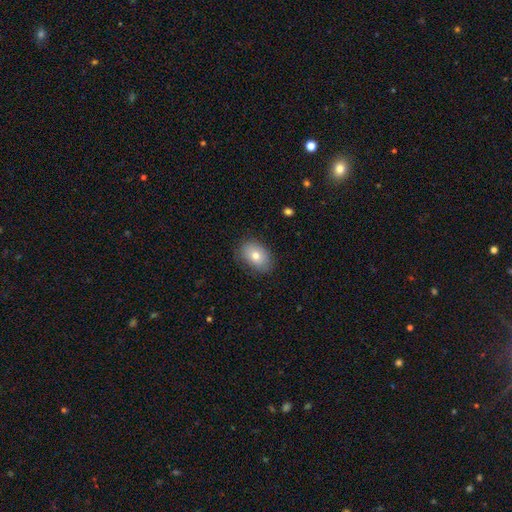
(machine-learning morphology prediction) Smooth or featured?
  - smooth: 76% *
  - featured or disk: 16%
  - star or artifact: 8%
How rounded?
  - in between: 82% *
  - round: 17%
  - cigar-shaped: 1%
Merging?
  - none: 82% *
  - minor disturbance: 13%
  - major disturbance: 3%
  - merger: 1%